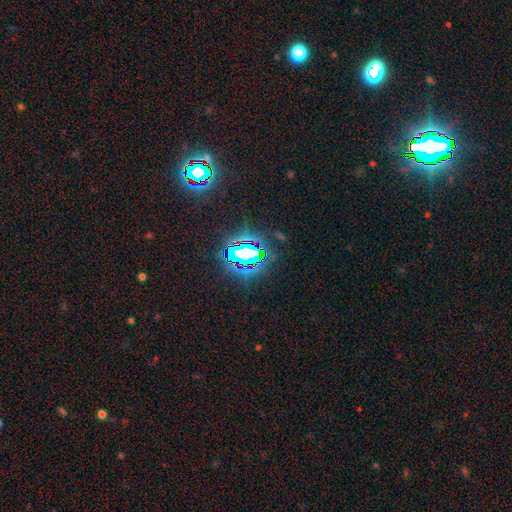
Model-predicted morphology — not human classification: smooth_or_featured: star or artifact (p=0.82) [alt: smooth p=0.11]